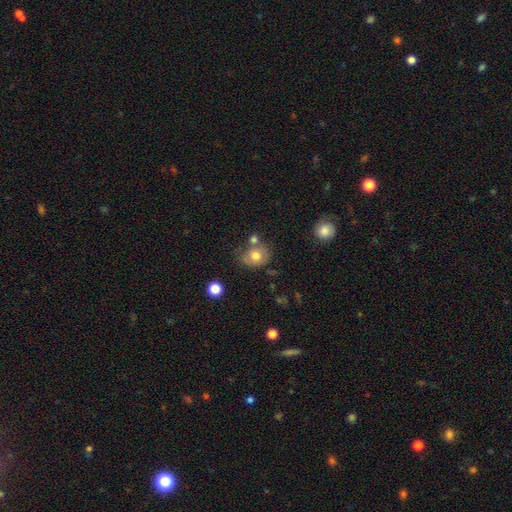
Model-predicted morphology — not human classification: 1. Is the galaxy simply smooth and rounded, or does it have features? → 73% smooth, 17% featured or disk, 10% star or artifact.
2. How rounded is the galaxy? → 66% round, 33% in between, 1% cigar-shaped.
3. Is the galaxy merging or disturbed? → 52% none, 20% merger, 20% minor disturbance, 8% major disturbance.